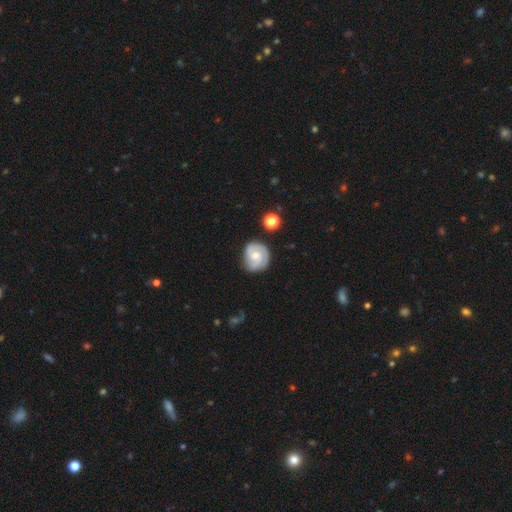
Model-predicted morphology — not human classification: A featured or disk galaxy (73%) with no bar (57%), 2 (54%) tight (54%) spiral arms (95%) and a moderate central bulge (48%).

Vote fractions:
- Smooth or featured? featured or disk: 73% / smooth: 21% / star or artifact: 6%
- Edge-on disk? no: 98% / yes: 2%
- Bar? no: 57% / weak: 37% / strong: 5%
- Spiral arms? yes: 95% / no: 5%
- Spiral winding? tight: 54% / medium: 37% / loose: 9%
- Spiral arm count? 2: 54% / 3: 23% / can't tell: 14% / 1: 4% / 4: 3% / more than 4: 2%
- Bulge size? moderate: 48% / small: 46% / none: 4% / large: 2% / dominant: 1%
- Merging? none: 74% / minor disturbance: 19% / major disturbance: 5% / merger: 2%